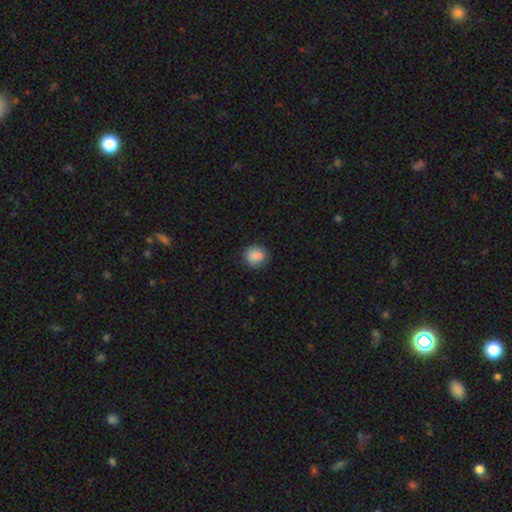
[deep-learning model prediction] smooth-or-featured: smooth: 85% | star or artifact: 9% | featured or disk: 6%
  how-rounded: round: 83% | in between: 16% | cigar-shaped: 1%
  merging: none: 78% | minor disturbance: 15% | major disturbance: 3% | merger: 3%